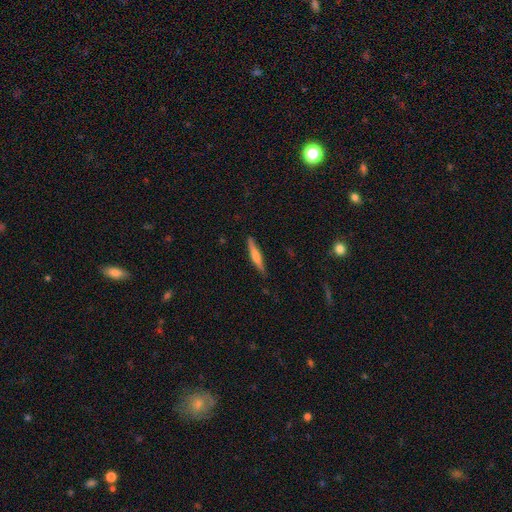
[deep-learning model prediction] This is possibly a smooth galaxy (56%). How rounded: clearly cigar-shaped (91%). Merging: clearly none (85%).